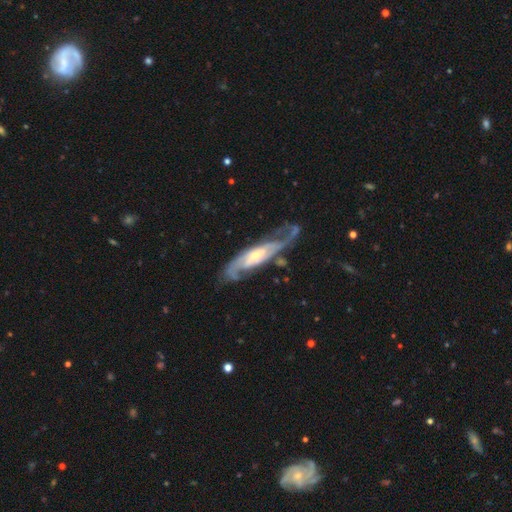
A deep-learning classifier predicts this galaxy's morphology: smooth_or_featured: featured or disk (p=0.85) [alt: smooth p=0.10]
disk_edge_on: no (p=0.82) [alt: yes p=0.18]
bar: no (p=0.42) [alt: weak p=0.37]
has_spiral_arms: yes (p=0.95) [alt: no p=0.05]
spiral_winding: medium (p=0.45) [alt: tight p=0.34]
spiral_arm_count: 2 (p=0.76) [alt: can't tell p=0.14]
bulge_size: small (p=0.52) [alt: moderate p=0.37]
merging: none (p=0.62) [alt: minor disturbance p=0.20]